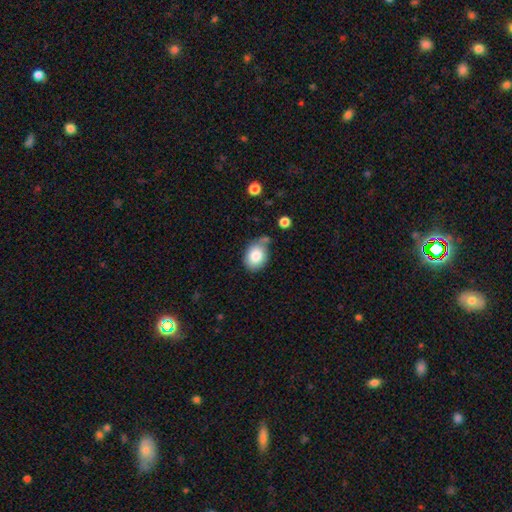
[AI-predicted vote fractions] smooth 84%, featured or disk 9%, star or artifact 8%. Down the decision tree: how rounded — in between (65%); merging — none (54%).